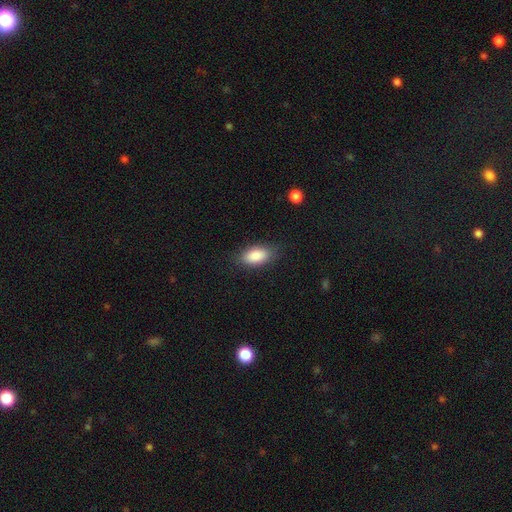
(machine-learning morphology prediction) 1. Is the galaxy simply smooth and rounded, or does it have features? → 87% smooth, 7% star or artifact, 6% featured or disk.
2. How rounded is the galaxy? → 91% in between, 5% cigar-shaped, 4% round.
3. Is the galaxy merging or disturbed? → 83% none, 13% minor disturbance, 3% major disturbance, 1% merger.